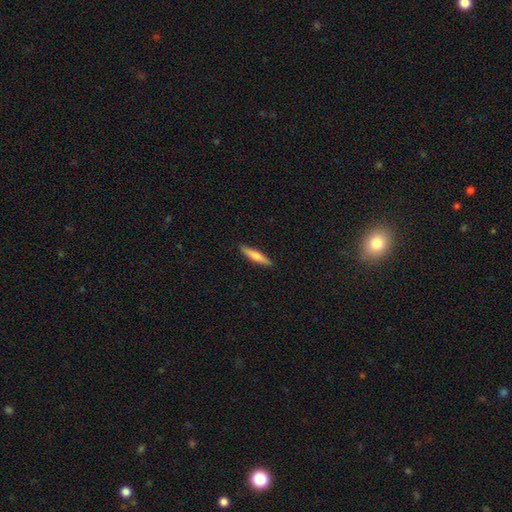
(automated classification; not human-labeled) A smooth galaxy with no disk features (64%) that is cigar-shaped (88%).

Vote fractions:
- Smooth or featured? smooth: 64% / featured or disk: 30% / star or artifact: 6%
- How rounded? cigar-shaped: 88% / in between: 11% / round: 1%
- Merging? none: 91% / minor disturbance: 7% / major disturbance: 2% / merger: 1%